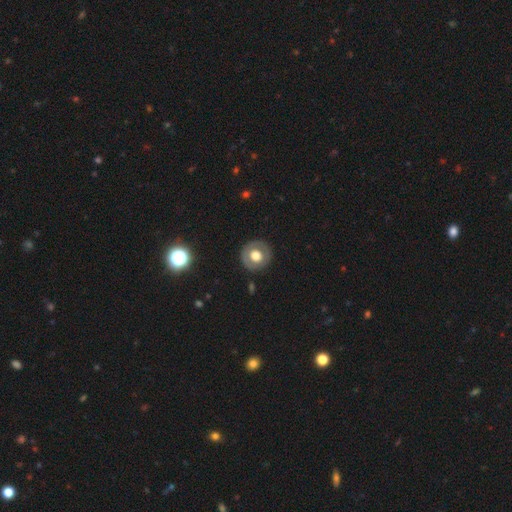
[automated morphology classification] Smooth or featured? Predicted: smooth (p=0.52). How rounded? Predicted: round (p=0.90). Merging? Predicted: none (p=0.87).